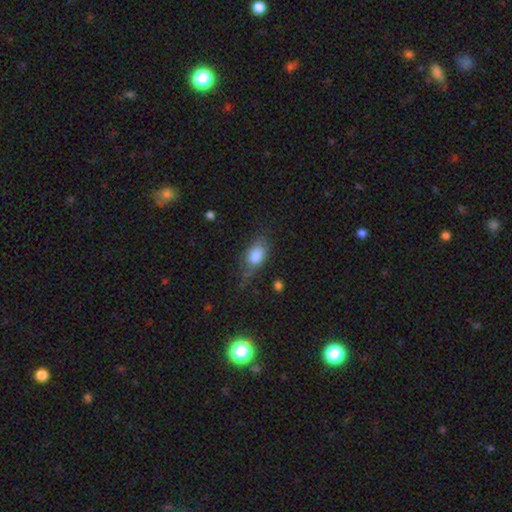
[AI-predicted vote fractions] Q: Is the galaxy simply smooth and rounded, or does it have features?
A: smooth — 79%.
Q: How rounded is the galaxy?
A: in between — 85%.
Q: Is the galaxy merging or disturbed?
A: none — 56%.